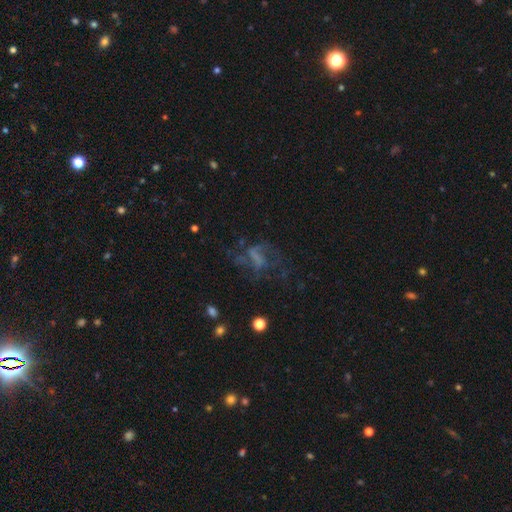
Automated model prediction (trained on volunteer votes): Q: Smooth or featured?
A: featured or disk (53%); runner-up: star or artifact (24%)
Q: Edge-on disk?
A: no (95%); runner-up: yes (5%)
Q: Bar?
A: no (51%); runner-up: weak (32%)
Q: Spiral arms?
A: yes (51%); runner-up: no (49%)
Q: Bulge size?
A: none (66%); runner-up: small (15%)
Q: Merging?
A: none (41%); runner-up: major disturbance (38%)